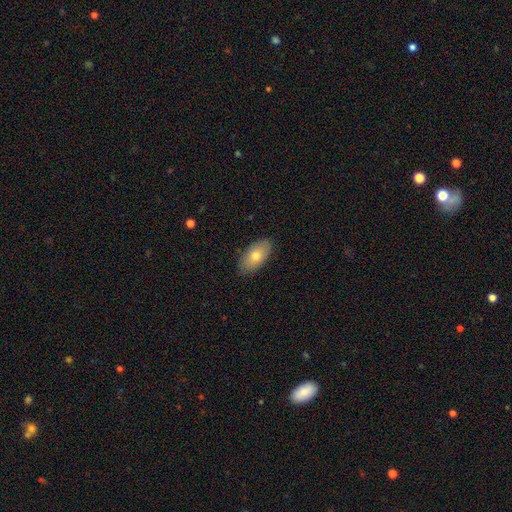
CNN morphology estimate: Q: Smooth or featured?
A: smooth (73%); runner-up: featured or disk (20%)
Q: How rounded?
A: in between (93%); runner-up: round (4%)
Q: Merging?
A: none (83%); runner-up: minor disturbance (13%)